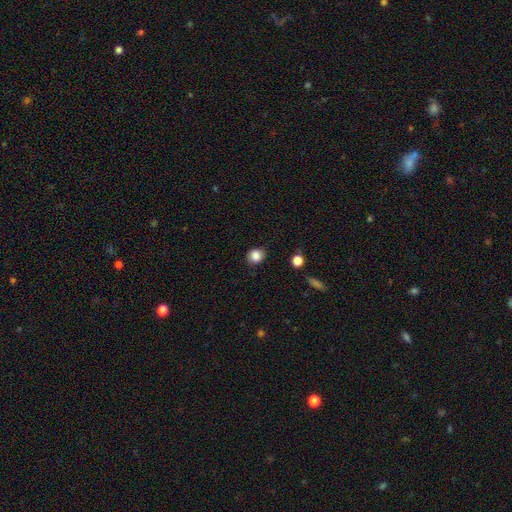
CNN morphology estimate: A smooth galaxy with no disk features (85%) that is round (71%).

Vote fractions:
- Smooth or featured? smooth: 85% / star or artifact: 10% / featured or disk: 5%
- How rounded? round: 71% / in between: 28% / cigar-shaped: 1%
- Merging? none: 82% / minor disturbance: 13% / major disturbance: 3% / merger: 2%